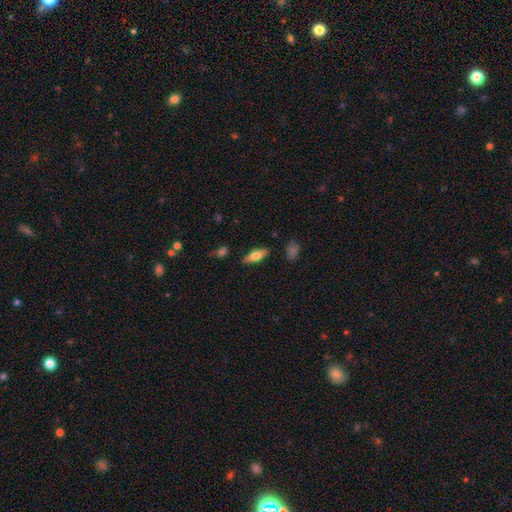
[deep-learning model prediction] This appears to be a smooth galaxy with no disk features (58%) that is in between round and cigar-shaped (60%). Merging: none (85%).